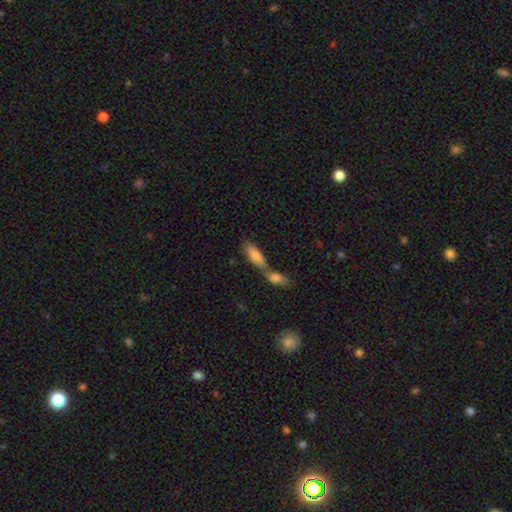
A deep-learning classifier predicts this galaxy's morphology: This is likely a smooth galaxy (75%). How rounded: likely in between (61%). Merging: possibly merger (59%).